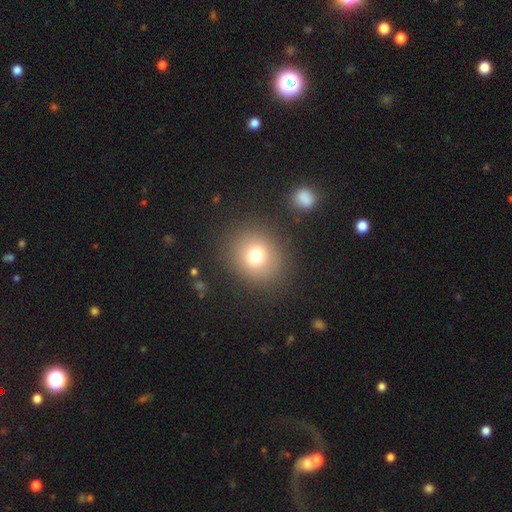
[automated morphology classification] Overall: smooth (73%). How rounded: round (85%). Merging: none (85%).